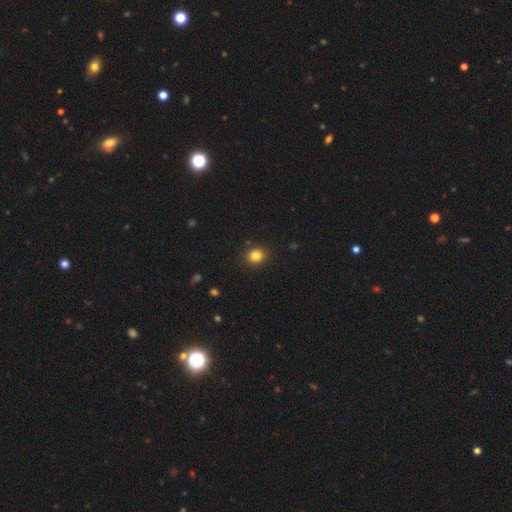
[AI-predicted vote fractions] smooth 83%, star or artifact 12%, featured or disk 5%. Down the decision tree: how rounded — round (73%); merging — none (90%).